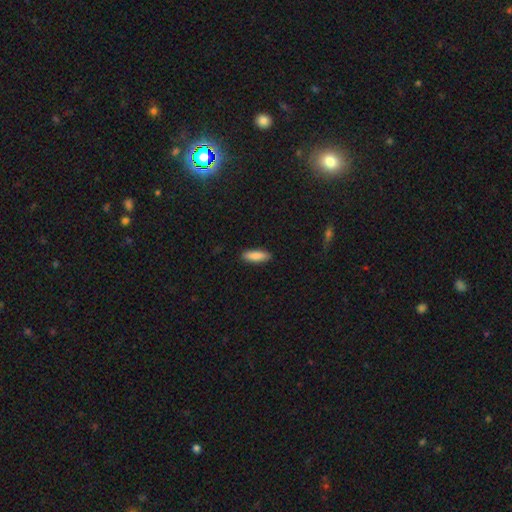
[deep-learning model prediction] smooth-or-featured: smooth: 87% | featured or disk: 7% | star or artifact: 6%
  how-rounded: in between: 52% | cigar-shaped: 46% | round: 2%
  merging: none: 89% | minor disturbance: 8% | major disturbance: 2% | merger: 1%